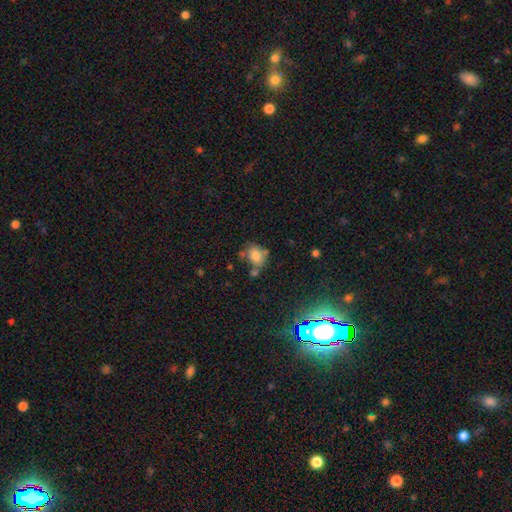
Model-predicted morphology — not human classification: Smooth or featured?
  - smooth: 76% *
  - star or artifact: 13%
  - featured or disk: 11%
How rounded?
  - in between: 53% *
  - round: 46%
  - cigar-shaped: 1%
Merging?
  - none: 51% *
  - minor disturbance: 21%
  - merger: 19%
  - major disturbance: 8%